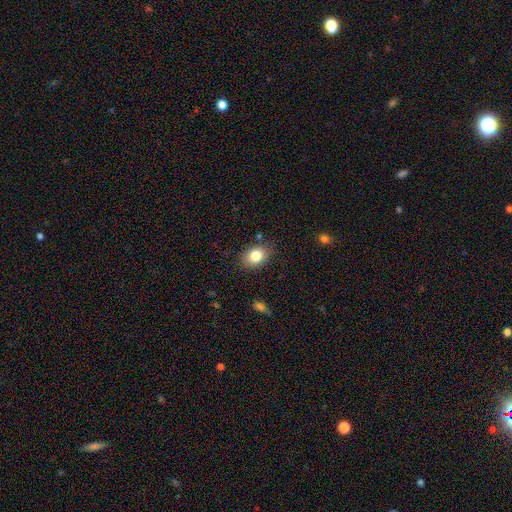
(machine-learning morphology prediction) type=smooth (82%); roundness=in between (74%); merging=none (81%).